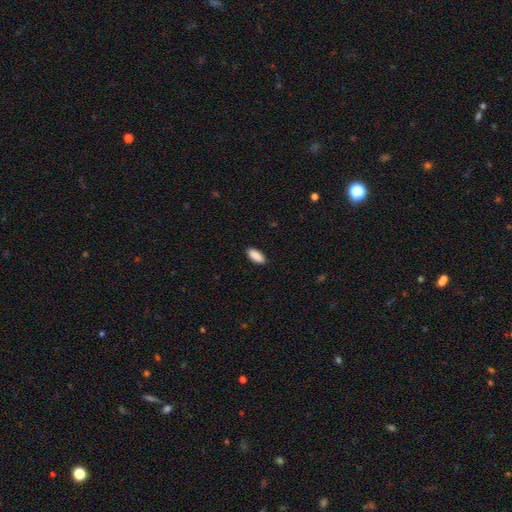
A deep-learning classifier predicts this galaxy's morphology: This appears to be a smooth galaxy with no disk features (91%) that is in between round and cigar-shaped (87%). Merging: none (89%).